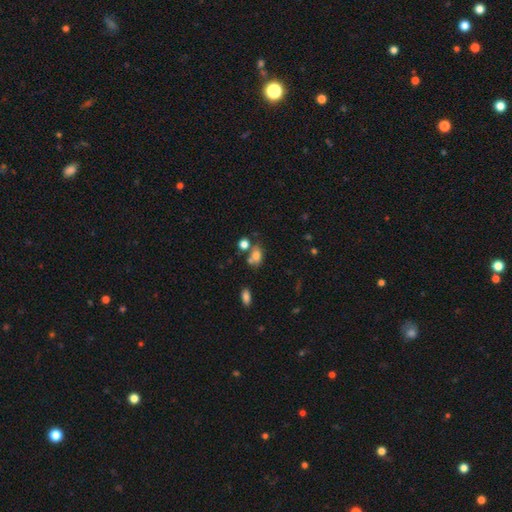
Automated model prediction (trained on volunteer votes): The model was most divided on "merging": none: 43%, merger: 29%, minor disturbance: 19%, major disturbance: 9%. More confident: smooth or featured — smooth (74%); how rounded — in between (71%).